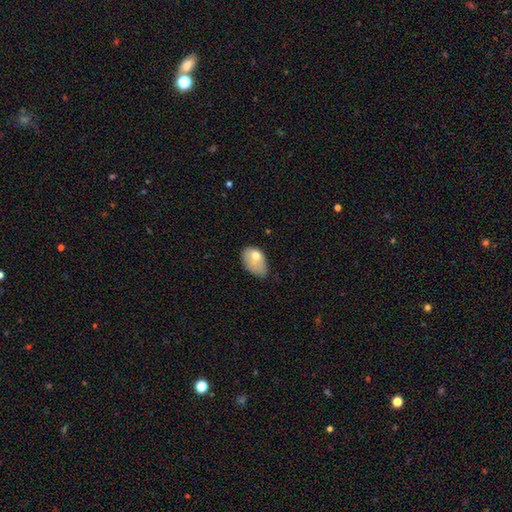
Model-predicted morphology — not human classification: This is likely a smooth galaxy (72%). How rounded: clearly in between (84%). Merging: possibly minor disturbance (47%).